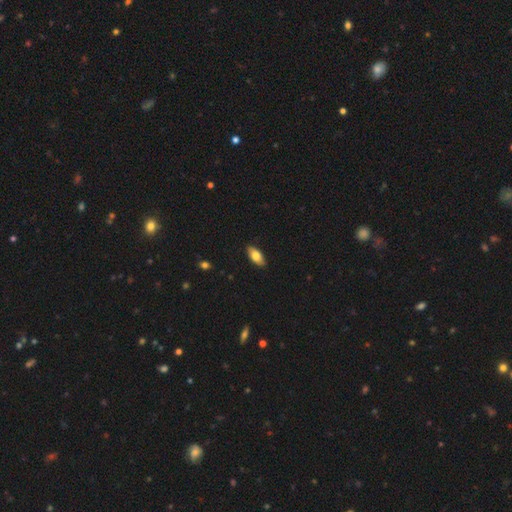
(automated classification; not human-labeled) A smooth galaxy with no disk features (77%) that is in between round and cigar-shaped (88%).

Vote fractions:
- Smooth or featured? smooth: 77% / featured or disk: 17% / star or artifact: 6%
- How rounded? in between: 88% / cigar-shaped: 10% / round: 3%
- Merging? none: 88% / minor disturbance: 10% / major disturbance: 2% / merger: 1%